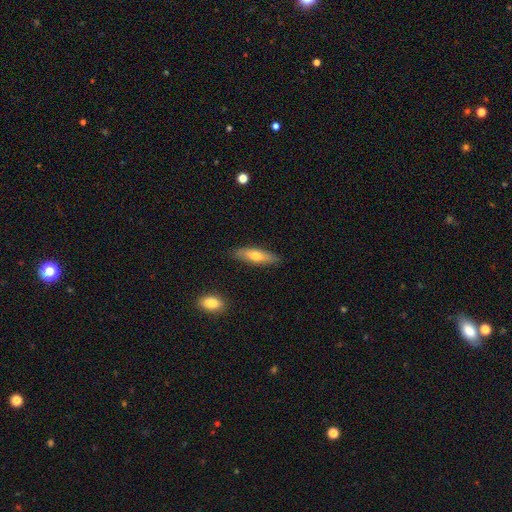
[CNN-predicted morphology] type=smooth (66%); roundness=cigar-shaped (60%); merging=none (86%).